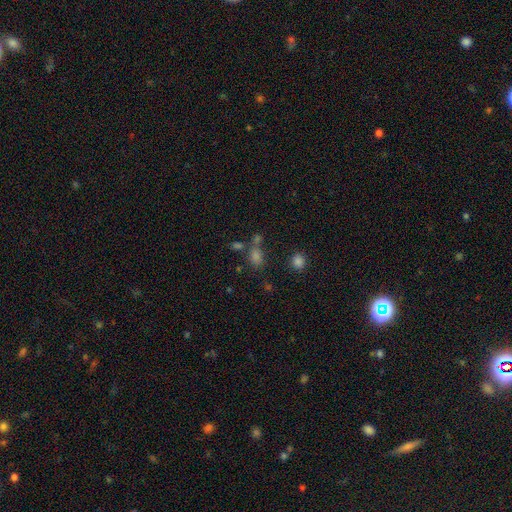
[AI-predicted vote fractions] Q: Smooth or featured?
A: smooth (62%); runner-up: star or artifact (28%)
Q: How rounded?
A: in between (64%); runner-up: round (32%)
Q: Merging?
A: none (57%); runner-up: merger (25%)